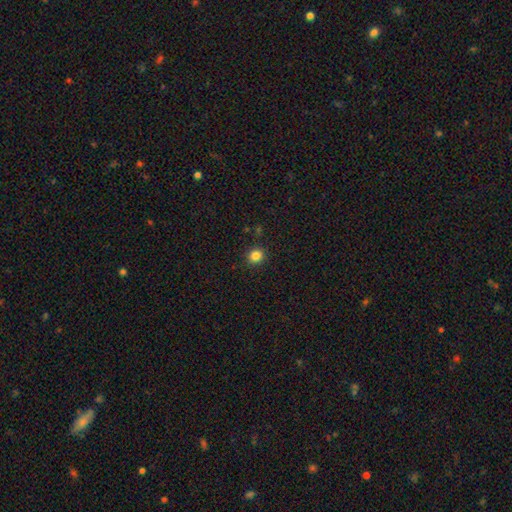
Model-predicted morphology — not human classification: smooth_or_featured: smooth (p=0.84) [alt: star or artifact p=0.12]
how_rounded: round (p=0.80) [alt: in between p=0.20]
merging: none (p=0.90) [alt: minor disturbance p=0.07]